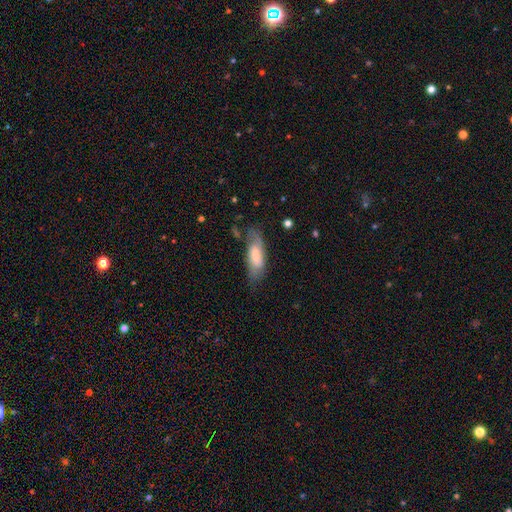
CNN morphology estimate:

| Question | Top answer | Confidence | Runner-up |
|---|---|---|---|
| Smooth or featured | smooth | 67% | featured or disk (27%) |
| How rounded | in between | 67% | cigar-shaped (31%) |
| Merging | none | 57% | minor disturbance (28%) |